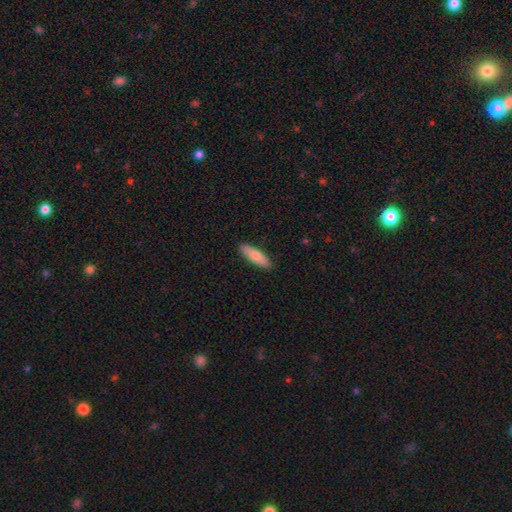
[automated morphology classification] Smooth or featured: smooth — 78% (featured or disk — 16%)
How rounded: cigar-shaped — 58% (in between — 40%)
Merging: none — 89% (minor disturbance — 8%)